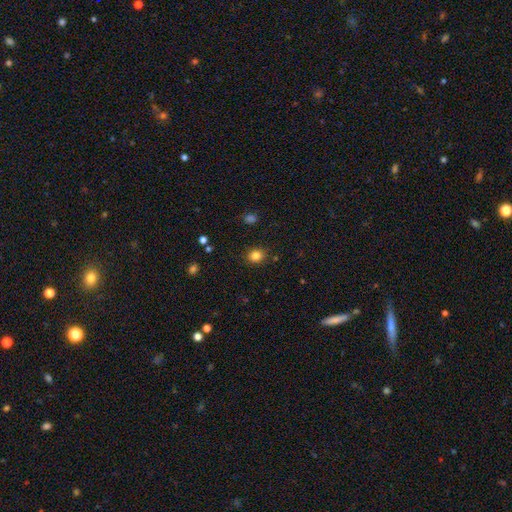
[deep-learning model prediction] smooth-or-featured: smooth: 83% | star or artifact: 12% | featured or disk: 5%
  how-rounded: round: 67% | in between: 32% | cigar-shaped: 1%
  merging: none: 88% | minor disturbance: 8% | major disturbance: 3% | merger: 1%